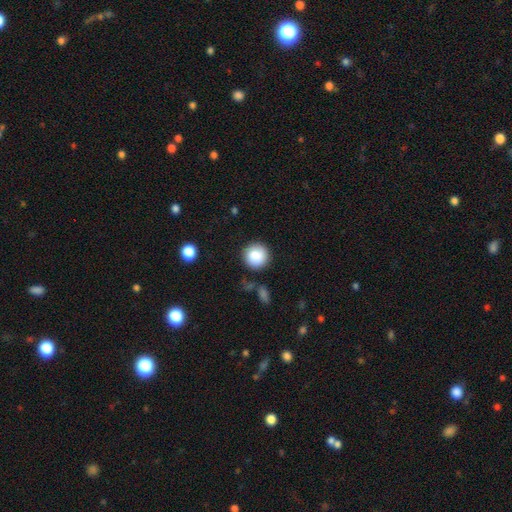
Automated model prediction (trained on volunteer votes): The model was most divided on "smooth or featured": smooth: 86%, star or artifact: 8%, featured or disk: 6%. More confident: how rounded — round (95%); merging — none (87%).